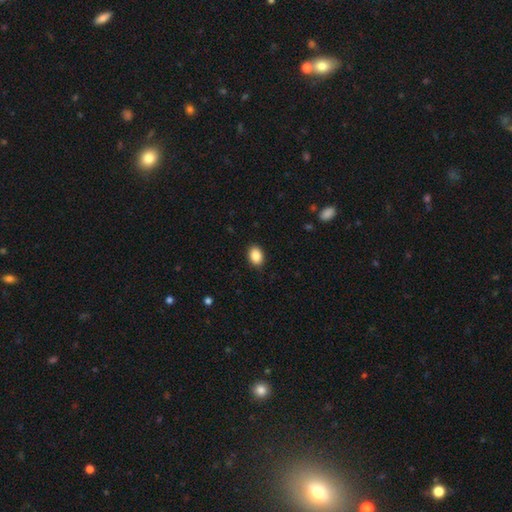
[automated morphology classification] A smooth galaxy with no disk features (88%) that is in between round and cigar-shaped (80%). Merging: none (89%).